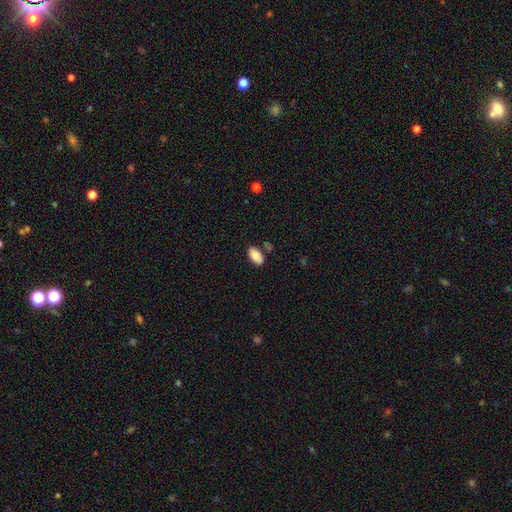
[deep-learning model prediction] Q: Smooth or featured?
A: smooth (87%); runner-up: star or artifact (7%)
Q: How rounded?
A: in between (94%); runner-up: cigar-shaped (3%)
Q: Merging?
A: none (80%); runner-up: minor disturbance (12%)